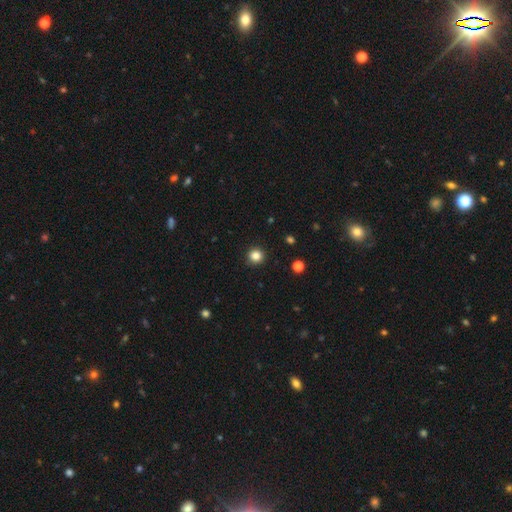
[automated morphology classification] Smooth or featured? Predicted: smooth (p=0.84). How rounded? Predicted: round (p=0.95). Merging? Predicted: none (p=0.93).